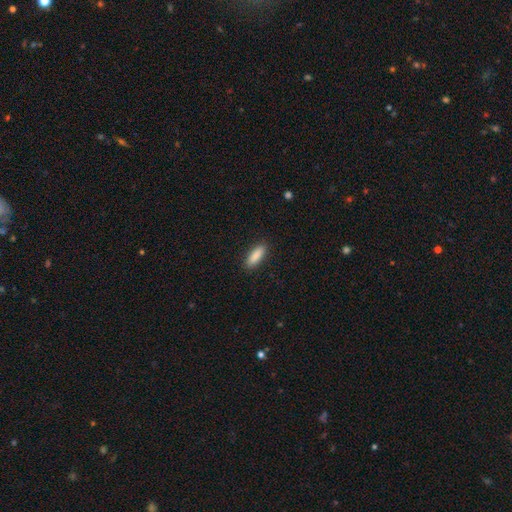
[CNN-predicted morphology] The model was most divided on "how rounded": in between: 58%, cigar-shaped: 40%, round: 2%. More confident: merging — none (89%); smooth or featured — smooth (89%).